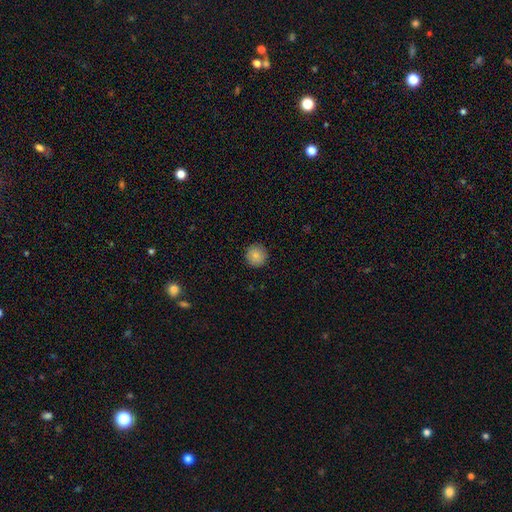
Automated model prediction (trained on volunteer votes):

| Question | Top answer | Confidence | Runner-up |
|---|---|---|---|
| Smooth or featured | smooth | 86% | star or artifact (8%) |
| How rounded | round | 95% | in between (4%) |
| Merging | none | 91% | minor disturbance (6%) |